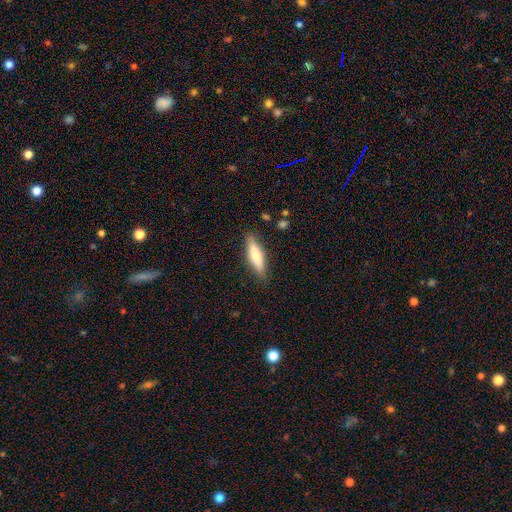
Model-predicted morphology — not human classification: This appears to be a smooth galaxy with no disk features (67%) that is cigar-shaped (72%). Merging: none (86%).